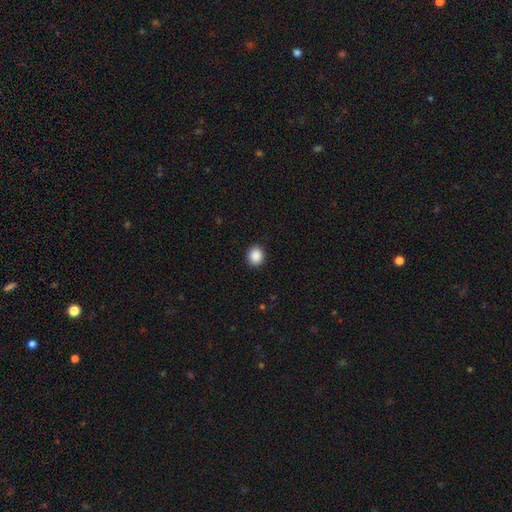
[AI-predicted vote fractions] Q: Smooth or featured?
A: smooth (89%); runner-up: star or artifact (9%)
Q: How rounded?
A: round (83%); runner-up: in between (16%)
Q: Merging?
A: none (91%); runner-up: minor disturbance (6%)